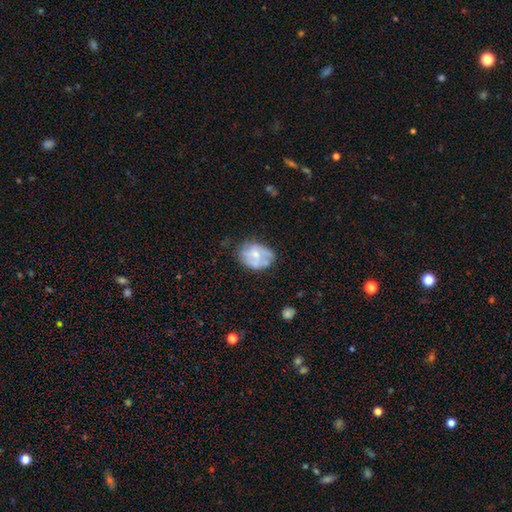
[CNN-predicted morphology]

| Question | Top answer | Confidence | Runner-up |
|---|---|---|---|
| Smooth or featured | featured or disk | 47% | smooth (45%) |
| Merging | none | 49% | minor disturbance (30%) |